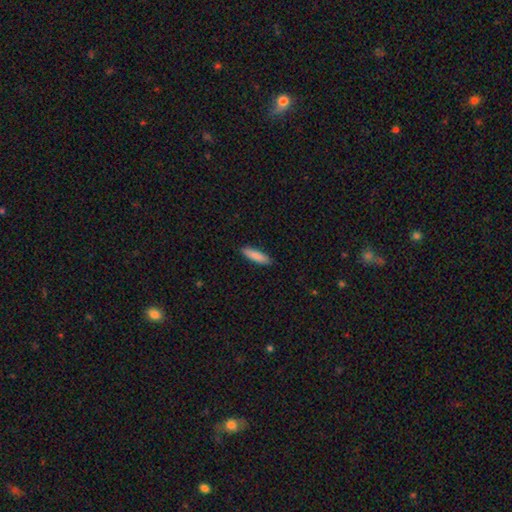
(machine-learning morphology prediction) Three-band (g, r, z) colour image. It shows a smooth galaxy with no disk features (87%) that is cigar-shaped (71%). Merging: none (90%).